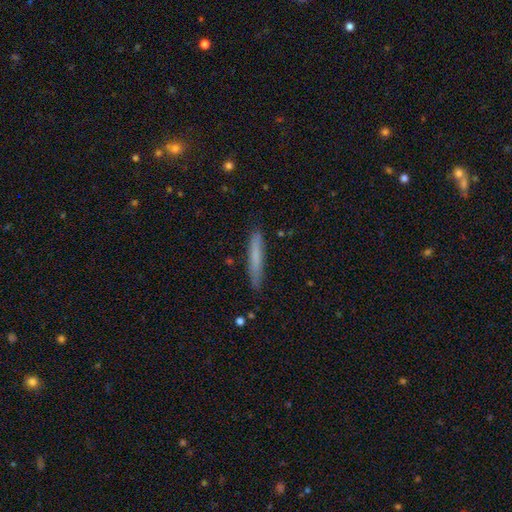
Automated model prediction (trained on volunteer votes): smooth 71%, featured or disk 23%, star or artifact 6%. Down the decision tree: how rounded — cigar-shaped (95%); merging — none (84%).